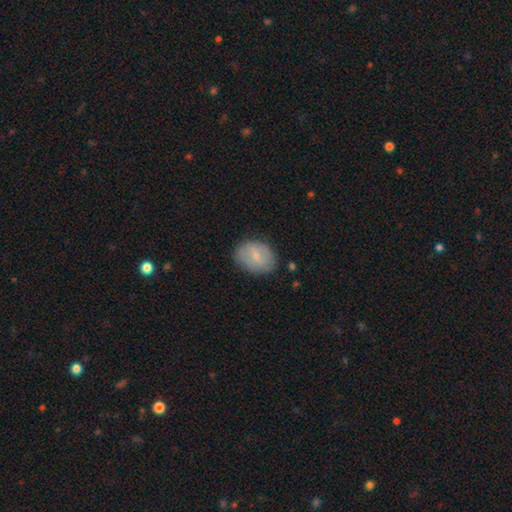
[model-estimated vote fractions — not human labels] Morphology: type=smooth (61%); roundness=in between (66%); merging=none (80%).